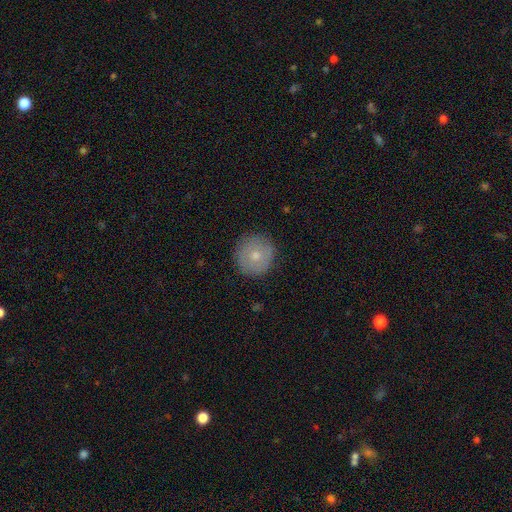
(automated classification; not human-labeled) Smooth or featured? smooth (68%)
How rounded? round (95%)
Merging? none (87%)